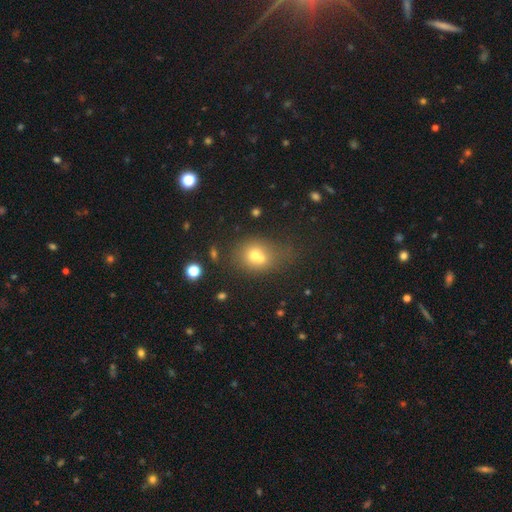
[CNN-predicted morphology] type=smooth (62%); roundness=round (65%); merging=merger (53%).